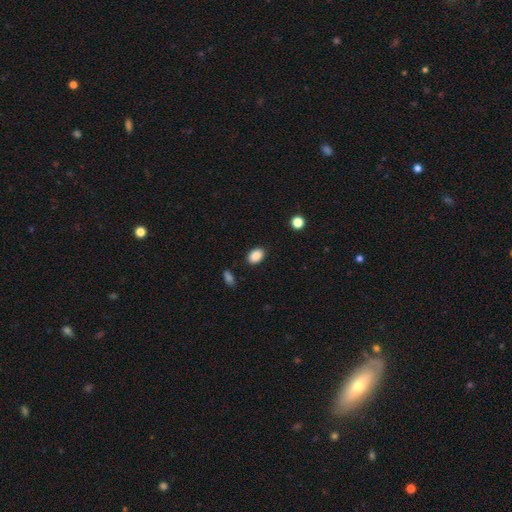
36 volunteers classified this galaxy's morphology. smooth-or-featured: smooth: 89% | featured or disk: 6% | star or artifact: 6%
  how-rounded: in between: 84% | round: 16% | cigar-shaped: 0%
  merging: none: 97% | minor disturbance: 3% | major disturbance: 0% | merger: 0%